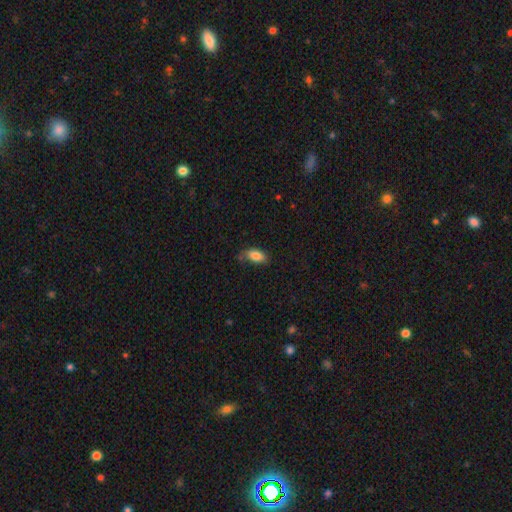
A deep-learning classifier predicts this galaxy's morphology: type=smooth (84%); roundness=in between (90%); merging=none (62%).